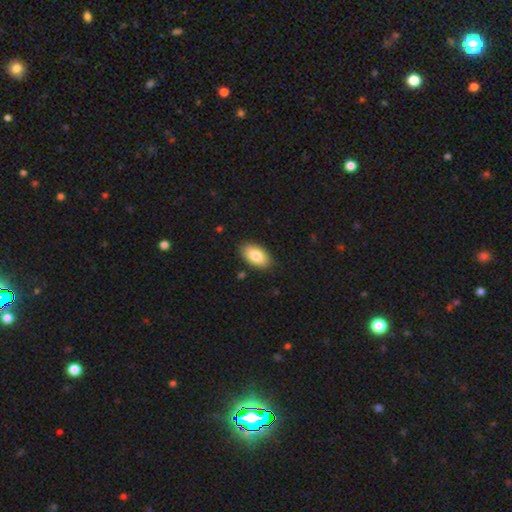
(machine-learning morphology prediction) type=smooth (84%); roundness=in between (94%); merging=none (88%).